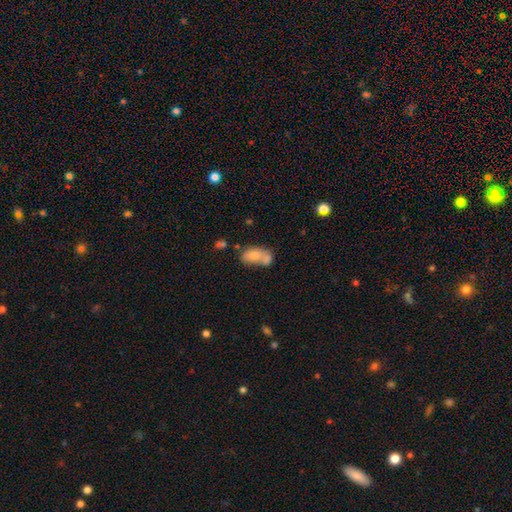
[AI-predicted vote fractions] Morphology: type=smooth (73%); roundness=in between (87%); merging=merger (55%).